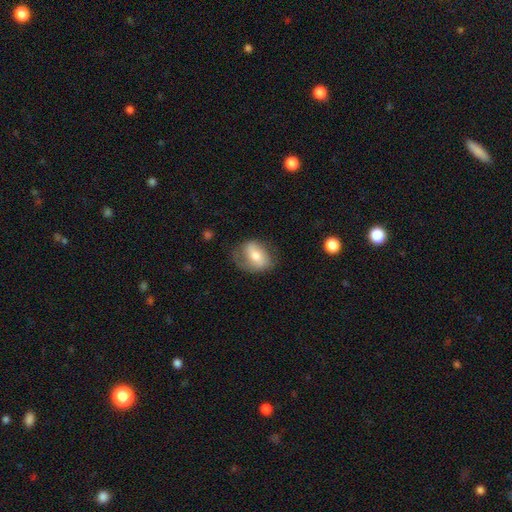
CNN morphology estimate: Smooth or featured? smooth (56%)
How rounded? in between (74%)
Merging? none (52%)